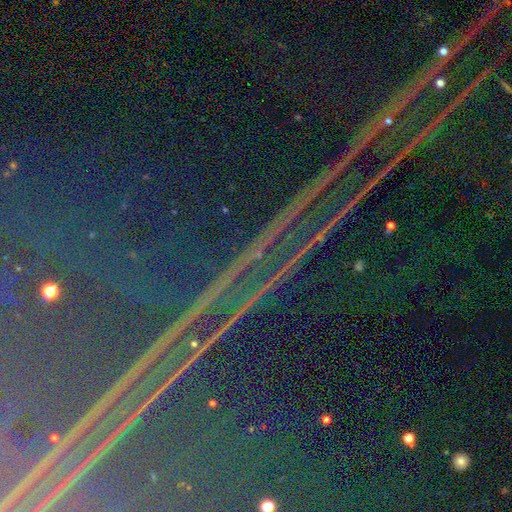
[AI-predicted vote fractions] Smooth or featured? star or artifact (91%)